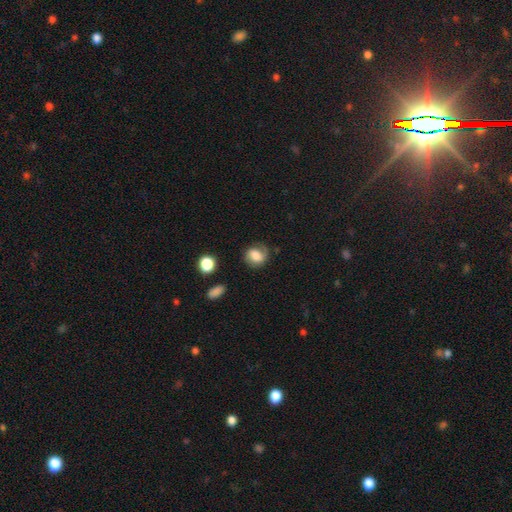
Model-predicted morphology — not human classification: smooth 57%, featured or disk 34%, star or artifact 9%. Down the decision tree: how rounded — round (65%); merging — none (65%).